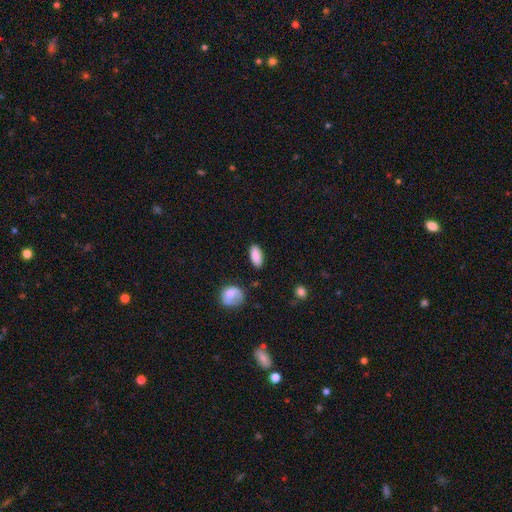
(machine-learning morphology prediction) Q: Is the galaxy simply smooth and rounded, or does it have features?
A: smooth — 88%.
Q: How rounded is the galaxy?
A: in between — 87%.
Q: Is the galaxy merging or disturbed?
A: none — 84%.